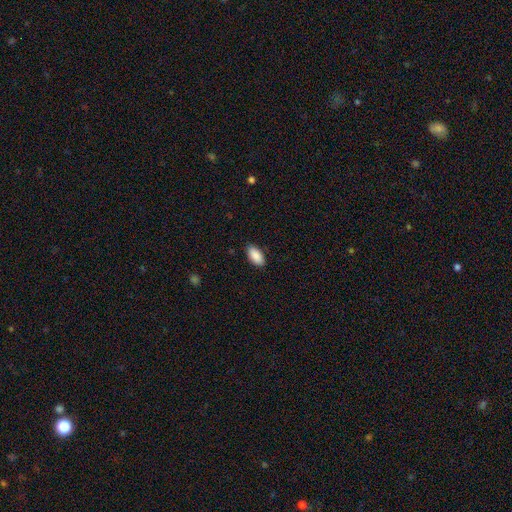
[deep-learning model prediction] Smooth or featured: smooth — 90% (star or artifact — 6%)
How rounded: in between — 94% (cigar-shaped — 4%)
Merging: none — 88% (minor disturbance — 9%)